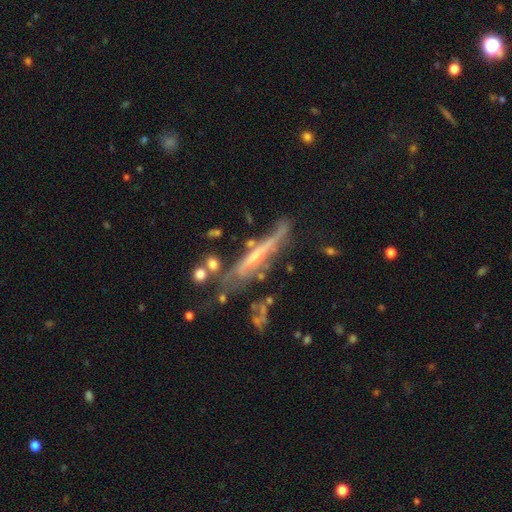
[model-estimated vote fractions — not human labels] featured or disk 70%, smooth 22%, star or artifact 7%. Down the decision tree: edge-on disk — yes (76%); edge-on bulge — none (47%); merging — none (45%).